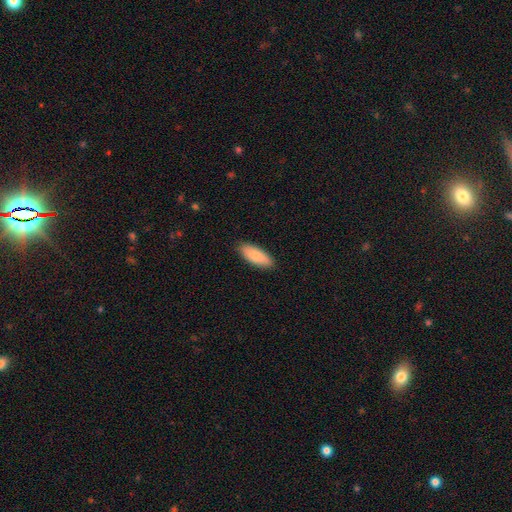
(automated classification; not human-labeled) Morphology: type=smooth (87%); roundness=in between (75%); merging=none (88%).